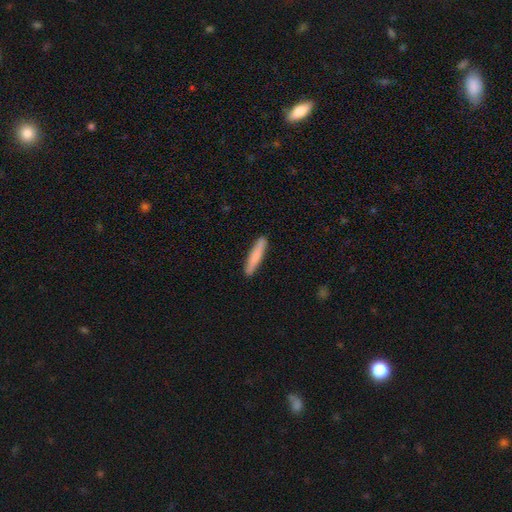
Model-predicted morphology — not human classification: The model was most divided on "smooth or featured": smooth: 80%, featured or disk: 15%, star or artifact: 5%. More confident: how rounded — cigar-shaped (92%); merging — none (91%).